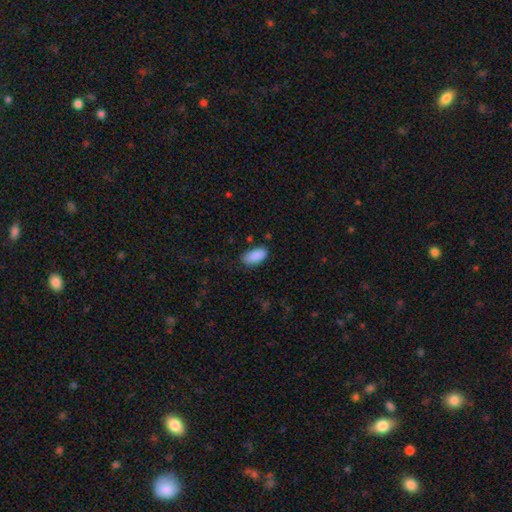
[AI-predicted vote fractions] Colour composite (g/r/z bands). It shows a smooth galaxy with no disk features (90%) that is in between round and cigar-shaped (94%). Merging: none (80%).